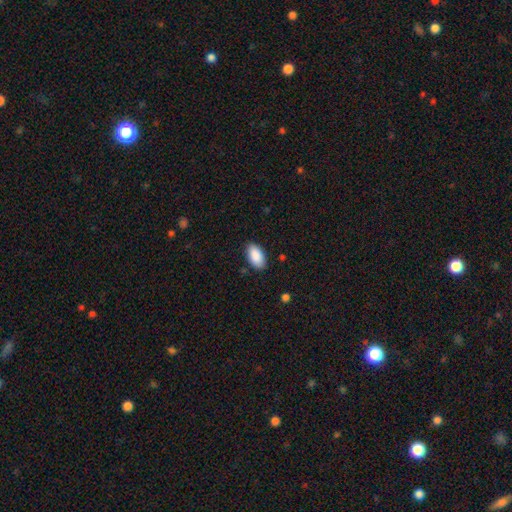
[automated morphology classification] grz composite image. It shows a smooth galaxy with no disk features (90%) that is in between round and cigar-shaped (95%). Merging: none (86%).